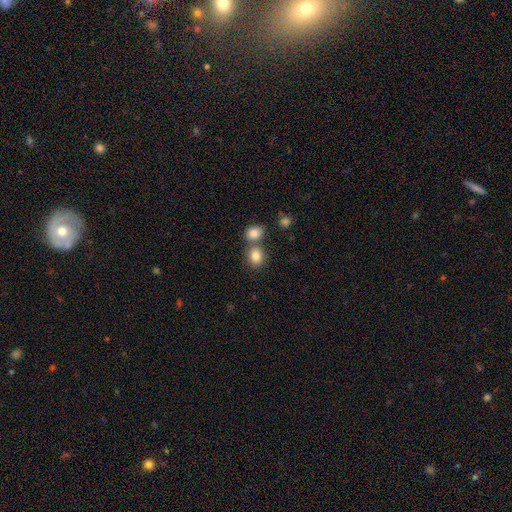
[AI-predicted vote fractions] smooth_or_featured: smooth (p=0.83) [alt: star or artifact p=0.10]
how_rounded: round (p=0.63) [alt: in between p=0.36]
merging: none (p=0.55) [alt: merger p=0.33]